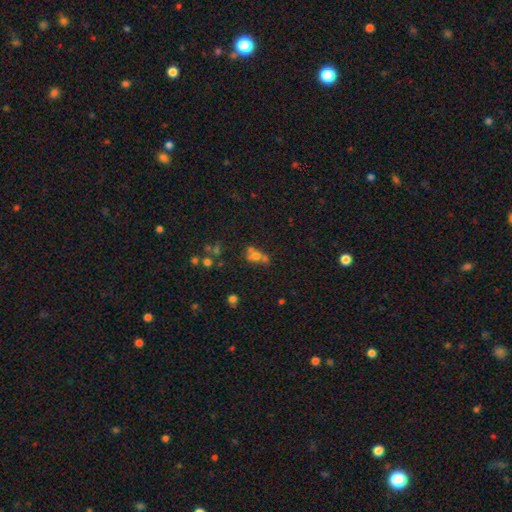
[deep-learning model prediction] smooth-or-featured: smooth: 58% | featured or disk: 22% | star or artifact: 20%
  how-rounded: in between: 49% | round: 47% | cigar-shaped: 4%
  merging: merger: 44% | none: 34% | minor disturbance: 13% | major disturbance: 9%